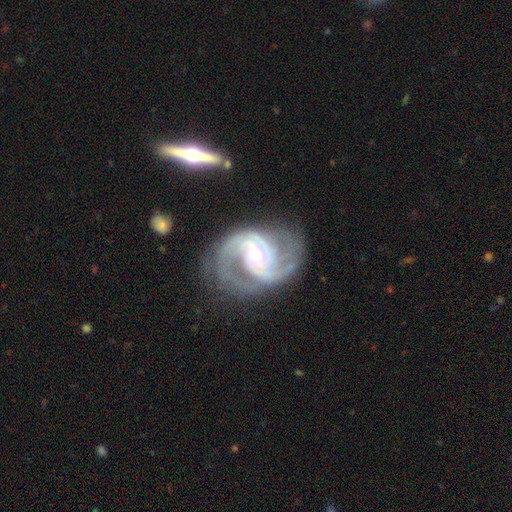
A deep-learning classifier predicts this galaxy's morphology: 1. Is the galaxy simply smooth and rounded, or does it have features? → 91% featured or disk, 5% star or artifact, 4% smooth.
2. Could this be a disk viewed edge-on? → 98% no, 2% yes.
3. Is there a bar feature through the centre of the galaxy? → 43% no, 39% weak, 18% strong.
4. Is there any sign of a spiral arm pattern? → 98% yes, 2% no.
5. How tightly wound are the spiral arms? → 47% medium, 42% tight, 11% loose.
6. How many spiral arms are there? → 55% 2, 24% 3, 9% can't tell, 5% 4, 4% 1, 4% more than 4.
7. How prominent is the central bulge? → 73% moderate, 15% small, 10% large, 1% none, 1% dominant.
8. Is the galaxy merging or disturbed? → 68% none, 19% minor disturbance, 11% major disturbance, 2% merger.